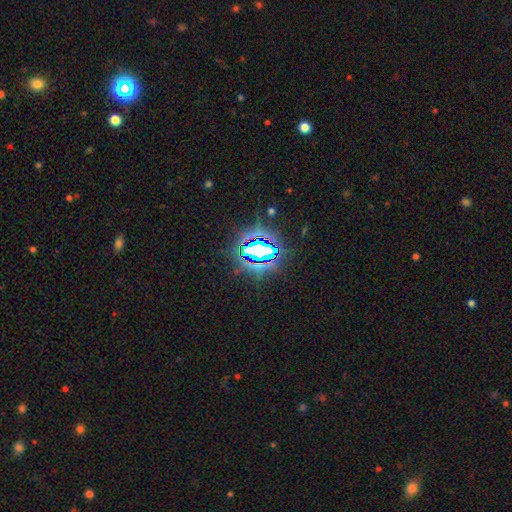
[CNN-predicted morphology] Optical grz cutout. It shows a star or artifact, not a galaxy (75%).